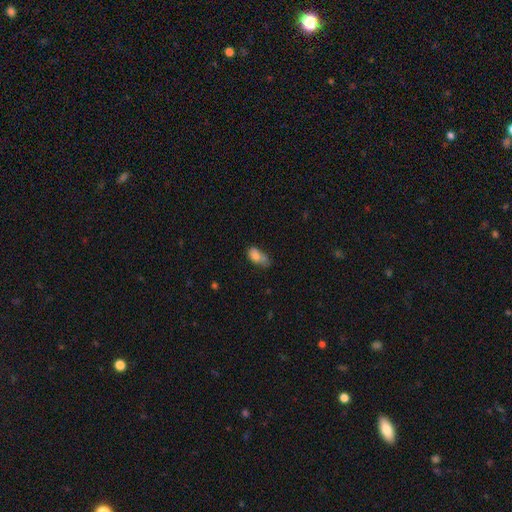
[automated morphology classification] This appears to be a smooth galaxy with no disk features (75%) that is in between round and cigar-shaped (85%). Merging: minor disturbance (32%).